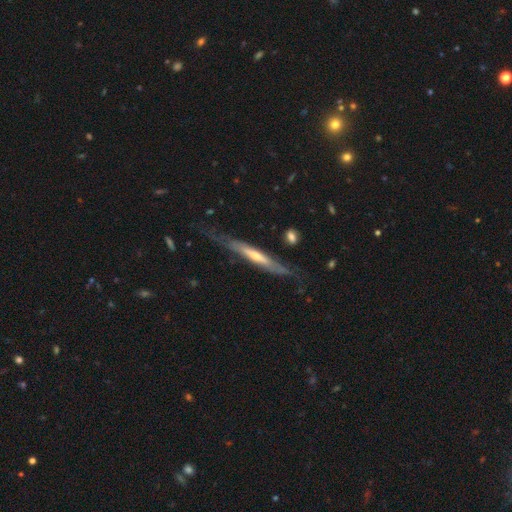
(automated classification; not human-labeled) This appears to be a featured or disk galaxy (69%) viewed edge-on (81%) with a rounded central bulge (48%). Merging: none (67%).